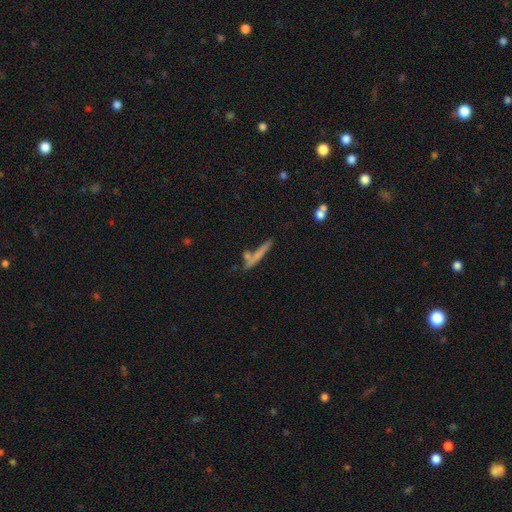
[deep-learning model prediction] Smooth or featured: smooth — 59% (featured or disk — 32%)
How rounded: cigar-shaped — 92% (in between — 6%)
Merging: none — 64% (merger — 17%)